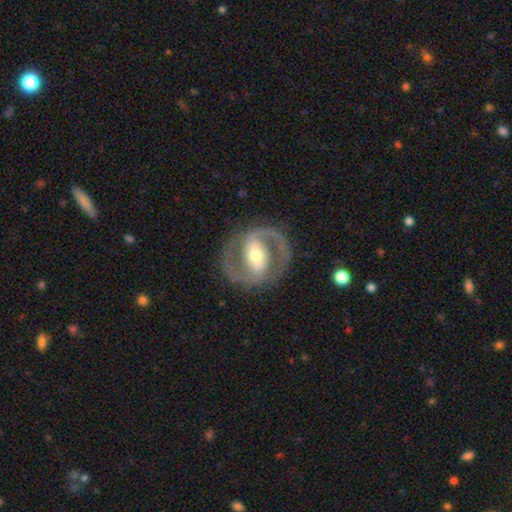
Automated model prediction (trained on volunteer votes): The model was most divided on "bar": strong: 52%, weak: 33%, no: 14%. More confident: edge-on disk — no (97%); spiral arms — yes (94%); spiral arm count — 2 (92%); smooth or featured — featured or disk (89%); merging — none (83%); bulge size — moderate (61%); spiral winding — medium (58%).